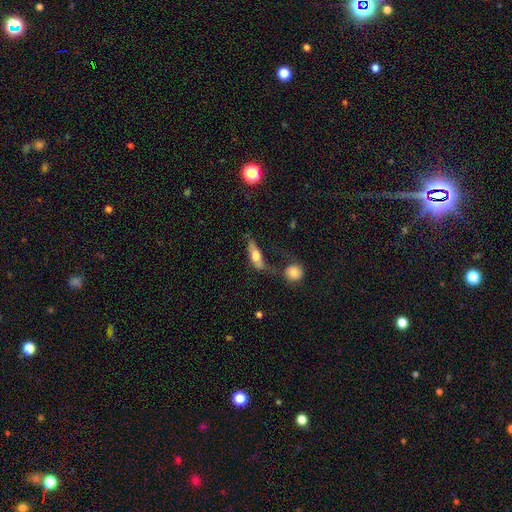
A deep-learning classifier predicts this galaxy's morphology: smooth 60%, featured or disk 32%, star or artifact 9%. Down the decision tree: how rounded — in between (56%); merging — none (39%).